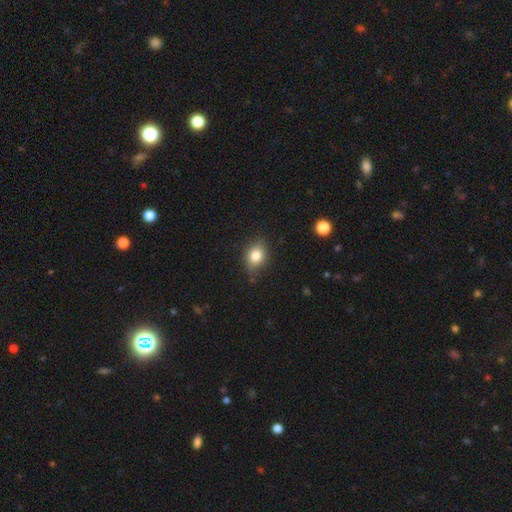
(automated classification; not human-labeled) Overall: smooth (79%). How rounded: in between (59%; round 39%). Merging: none (76%).